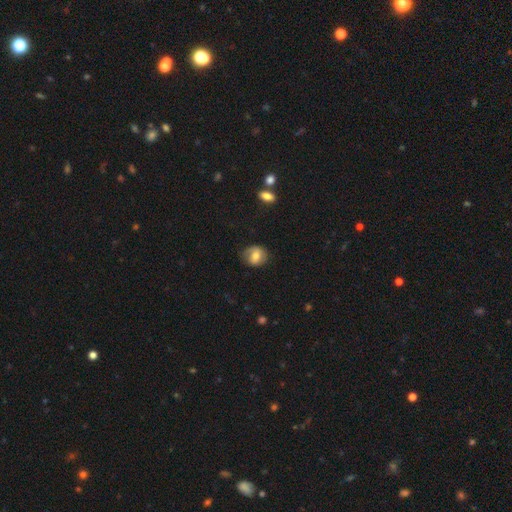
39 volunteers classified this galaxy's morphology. Q: Smooth or featured?
A: smooth (56%); runner-up: featured or disk (33%)
Q: How rounded?
A: round (64%); runner-up: in between (36%)
Q: Merging?
A: none (77%); runner-up: minor disturbance (14%)